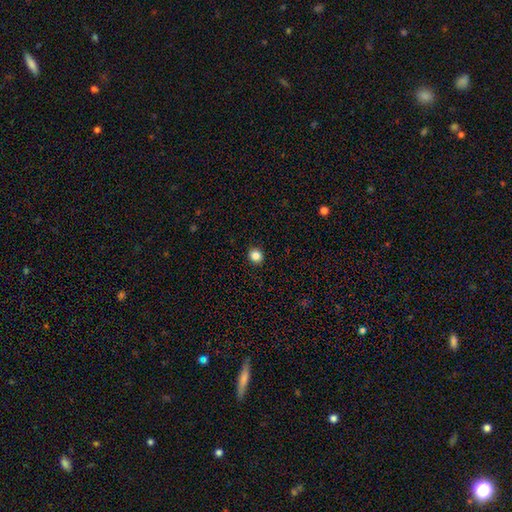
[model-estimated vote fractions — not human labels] Q: Smooth or featured?
A: smooth (84%); runner-up: star or artifact (11%)
Q: How rounded?
A: round (81%); runner-up: in between (18%)
Q: Merging?
A: none (92%); runner-up: minor disturbance (5%)